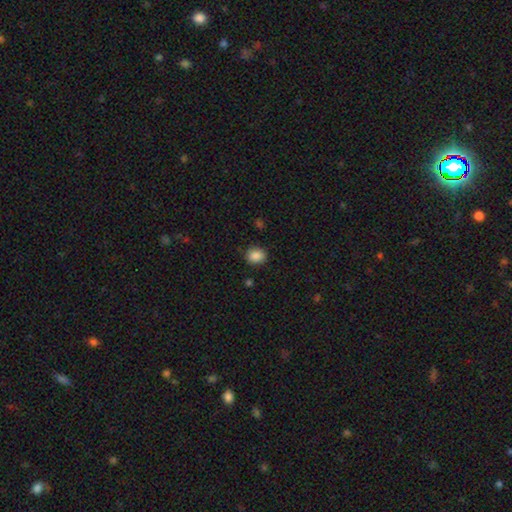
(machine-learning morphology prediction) A smooth galaxy with no disk features (87%) that is round (66%). Merging: none (87%).